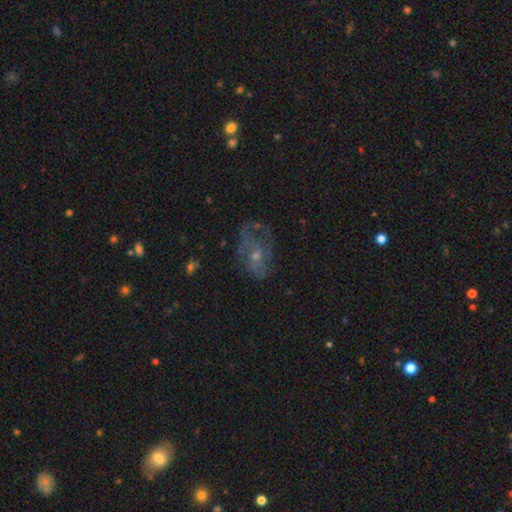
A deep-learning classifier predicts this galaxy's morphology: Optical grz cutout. It shows a featured or disk galaxy (64%) with no bar (75%), spiral arms (63%) and a small central bulge (57%). Merging: none (49%).